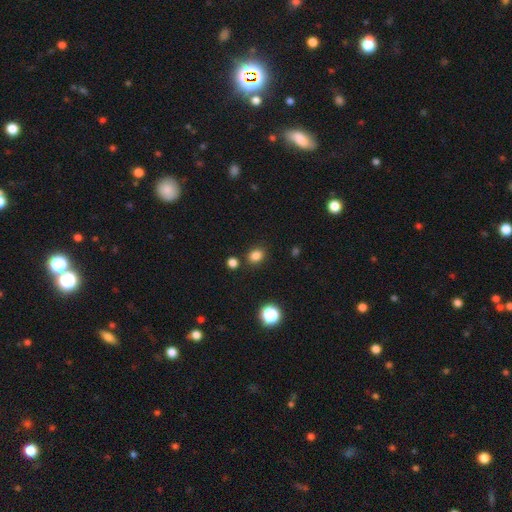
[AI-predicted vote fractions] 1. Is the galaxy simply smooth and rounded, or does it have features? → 82% smooth, 14% star or artifact, 4% featured or disk.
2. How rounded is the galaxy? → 56% round, 43% in between, 1% cigar-shaped.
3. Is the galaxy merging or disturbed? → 81% none, 10% minor disturbance, 6% merger, 3% major disturbance.